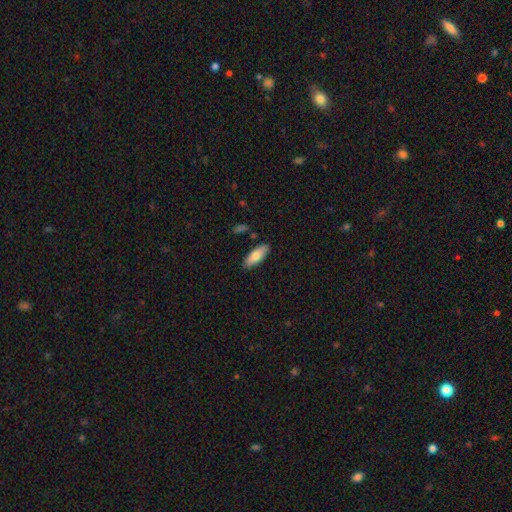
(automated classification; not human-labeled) Smooth or featured? smooth (77%)
How rounded? in between (76%)
Merging? none (85%)